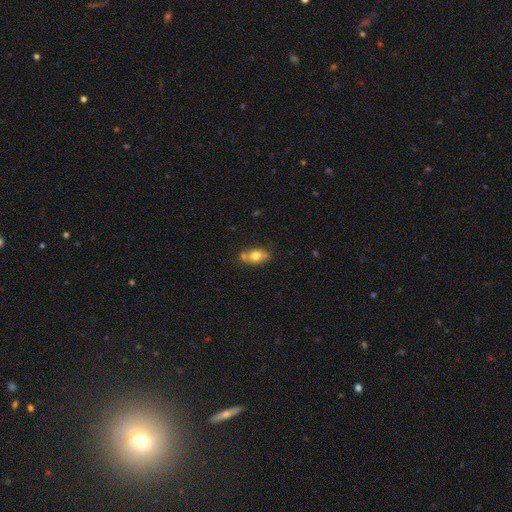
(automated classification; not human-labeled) smooth-or-featured: smooth: 73% | featured or disk: 18% | star or artifact: 9%
  how-rounded: in between: 79% | round: 18% | cigar-shaped: 3%
  merging: none: 57% | merger: 22% | minor disturbance: 17% | major disturbance: 4%